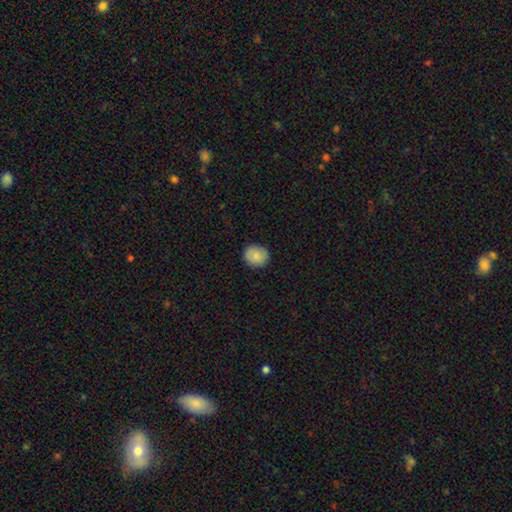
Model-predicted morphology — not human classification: Smooth or featured? Predicted: smooth (p=0.87). How rounded? Predicted: round (p=0.79). Merging? Predicted: none (p=0.89).